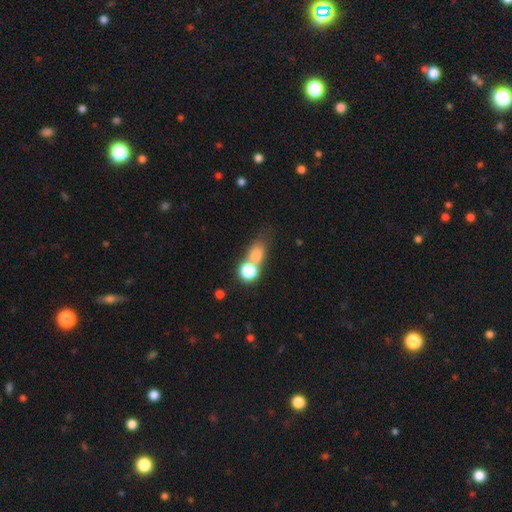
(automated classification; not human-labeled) smooth-or-featured: smooth: 71% | star or artifact: 16% | featured or disk: 13%
  how-rounded: in between: 49% | round: 46% | cigar-shaped: 5%
  merging: merger: 43% | none: 38% | minor disturbance: 11% | major disturbance: 8%